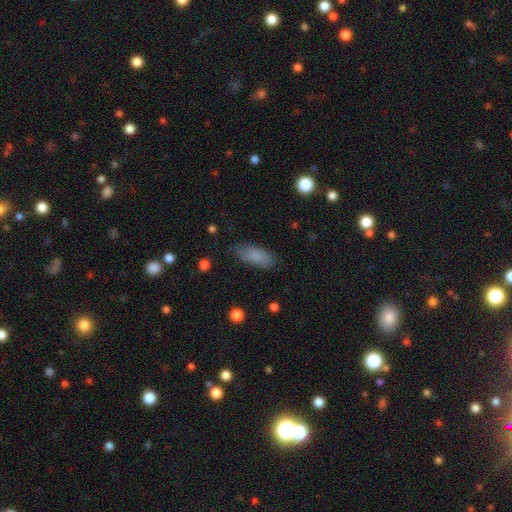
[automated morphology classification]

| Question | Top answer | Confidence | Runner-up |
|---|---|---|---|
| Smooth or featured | smooth | 83% | featured or disk (9%) |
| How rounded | in between | 79% | cigar-shaped (19%) |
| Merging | none | 78% | minor disturbance (17%) |